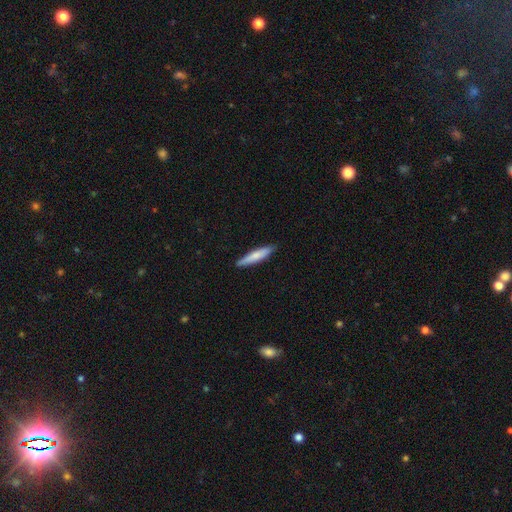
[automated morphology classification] smooth 73%, featured or disk 22%, star or artifact 5%. Down the decision tree: how rounded — cigar-shaped (88%); merging — none (87%).